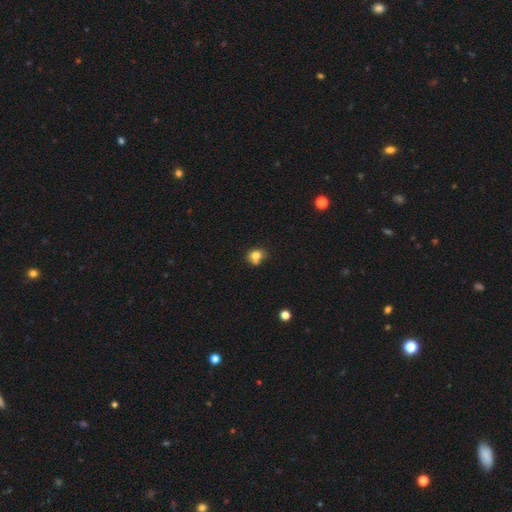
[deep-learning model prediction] A smooth galaxy with no disk features (77%) that is round (67%).

Vote fractions:
- Smooth or featured? smooth: 77% / star or artifact: 12% / featured or disk: 11%
- How rounded? round: 67% / in between: 32% / cigar-shaped: 1%
- Merging? none: 48% / merger: 23% / minor disturbance: 21% / major disturbance: 7%